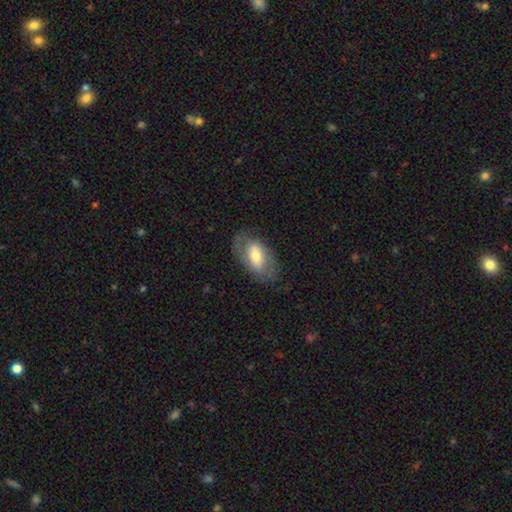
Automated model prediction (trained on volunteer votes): This is possibly a smooth galaxy (50%). Merging: likely none (74%).